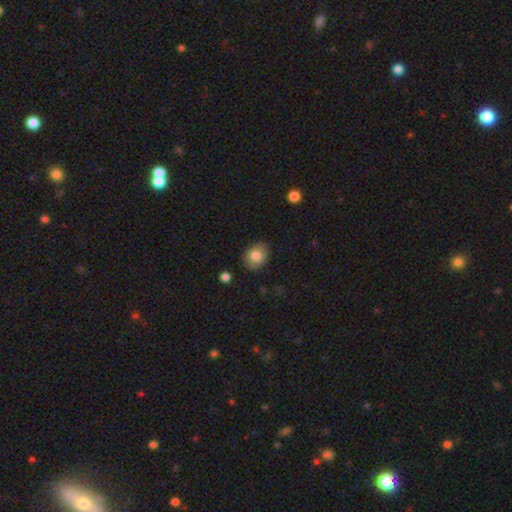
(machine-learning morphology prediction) Smooth or featured?
  - smooth: 81% *
  - featured or disk: 11%
  - star or artifact: 8%
How rounded?
  - round: 51% *
  - in between: 48%
  - cigar-shaped: 1%
Merging?
  - none: 86% *
  - minor disturbance: 10%
  - major disturbance: 2%
  - merger: 1%